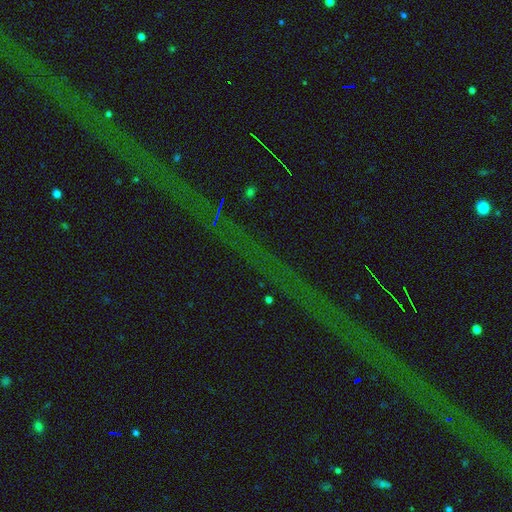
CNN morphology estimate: This is likely a star or artifact rather than a galaxy (77%).